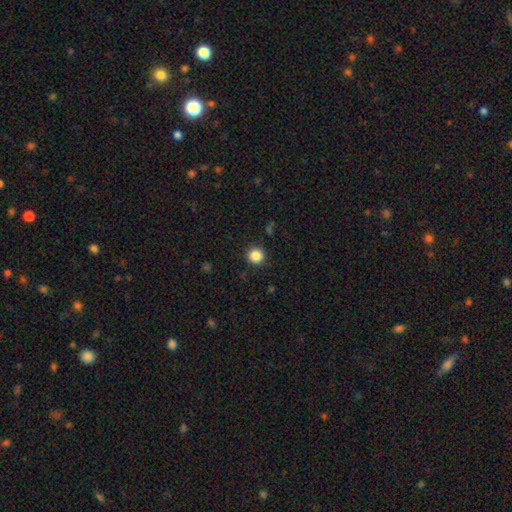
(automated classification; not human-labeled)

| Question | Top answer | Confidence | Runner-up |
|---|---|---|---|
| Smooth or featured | smooth | 86% | star or artifact (11%) |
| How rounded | round | 95% | in between (4%) |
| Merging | none | 92% | minor disturbance (5%) |